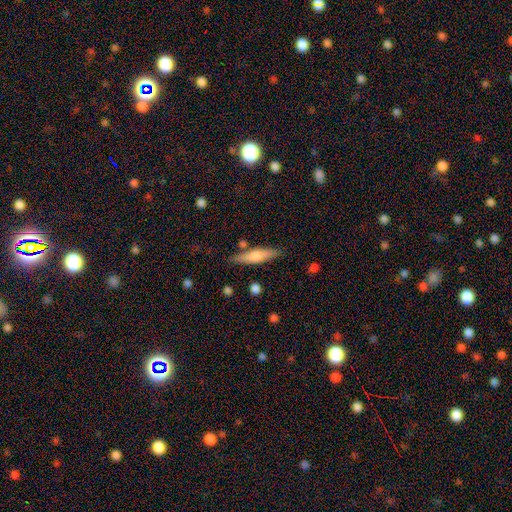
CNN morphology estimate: Overall: smooth (52%; featured or disk 41%). How rounded: cigar-shaped (81%). Merging: none (83%).